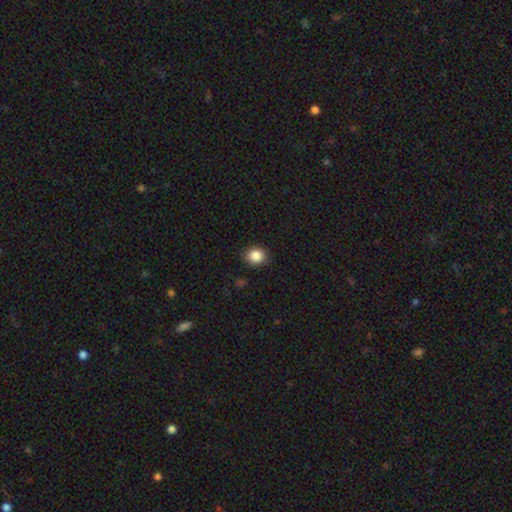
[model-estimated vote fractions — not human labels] This is clearly a smooth galaxy (86%). How rounded: likely round (74%). Merging: clearly none (88%).